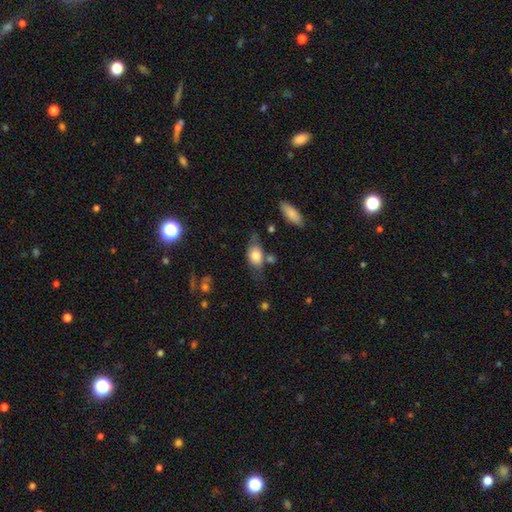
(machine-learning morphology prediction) smooth-or-featured: smooth: 75% | featured or disk: 18% | star or artifact: 7%
  how-rounded: in between: 83% | round: 11% | cigar-shaped: 5%
  merging: none: 52% | minor disturbance: 29% | major disturbance: 11% | merger: 8%